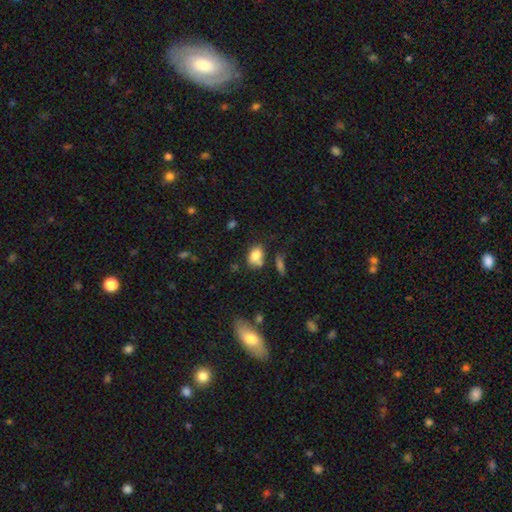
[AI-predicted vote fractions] Smooth or featured?
  - smooth: 79% *
  - featured or disk: 11%
  - star or artifact: 10%
How rounded?
  - in between: 77% *
  - round: 21%
  - cigar-shaped: 2%
Merging?
  - none: 56% *
  - merger: 21%
  - minor disturbance: 17%
  - major disturbance: 6%